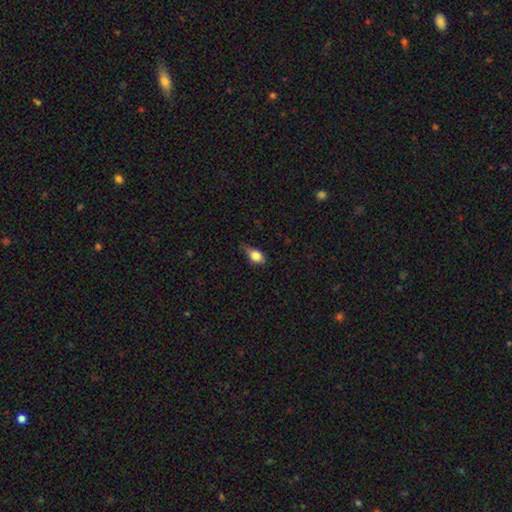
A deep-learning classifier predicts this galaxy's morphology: This is clearly a smooth galaxy (82%). How rounded: likely in between (80%). Merging: possibly none (51%).